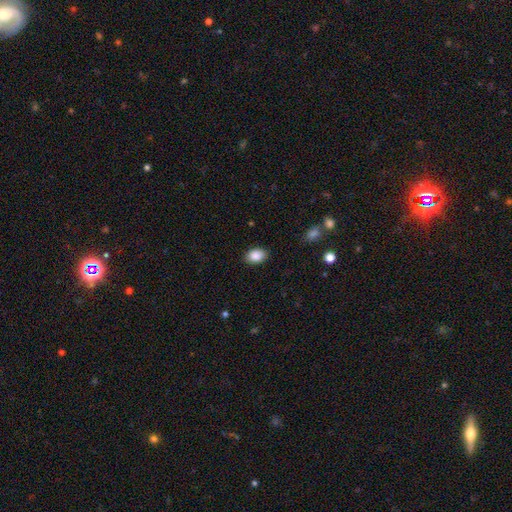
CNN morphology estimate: The model was most divided on "how rounded": in between: 83%, round: 16%, cigar-shaped: 1%. More confident: smooth or featured — smooth (88%); merging — none (87%).